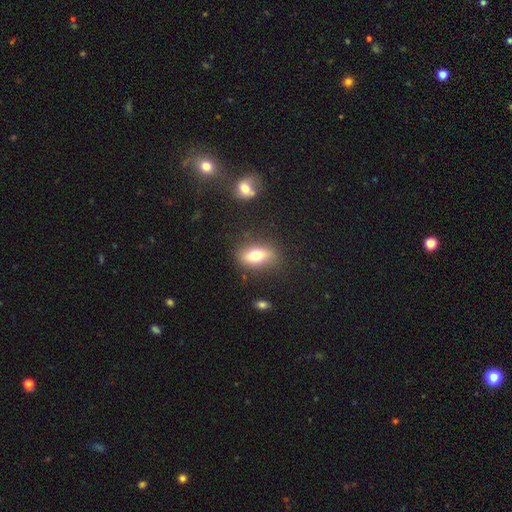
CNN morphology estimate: Smooth or featured? smooth (71%)
How rounded? in between (78%)
Merging? none (79%)